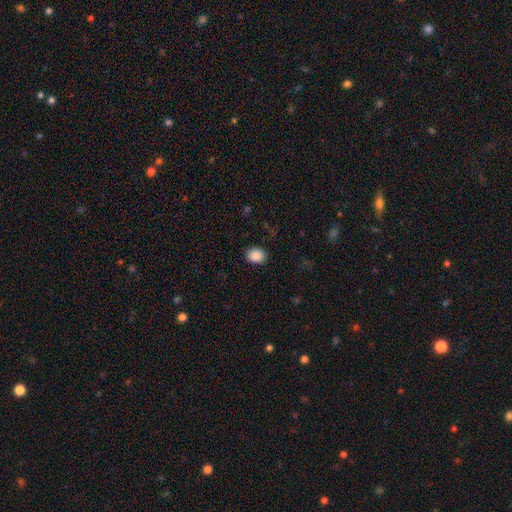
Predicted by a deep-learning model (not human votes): Smooth or featured? Predicted: smooth (p=0.89). How rounded? Predicted: round (p=0.51). Merging? Predicted: none (p=0.89).